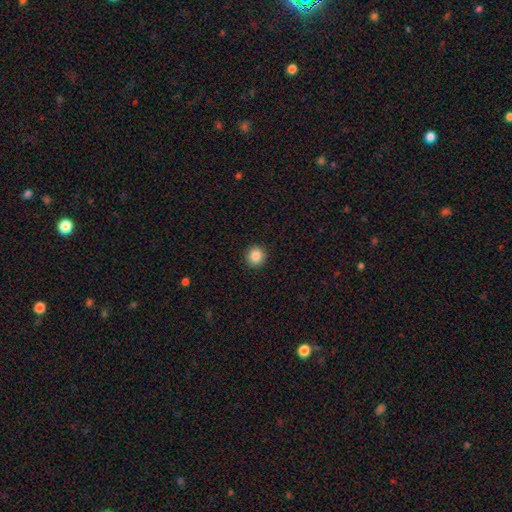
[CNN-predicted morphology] Q: Smooth or featured?
A: smooth (86%); runner-up: star or artifact (10%)
Q: How rounded?
A: round (93%); runner-up: in between (7%)
Q: Merging?
A: none (92%); runner-up: minor disturbance (5%)